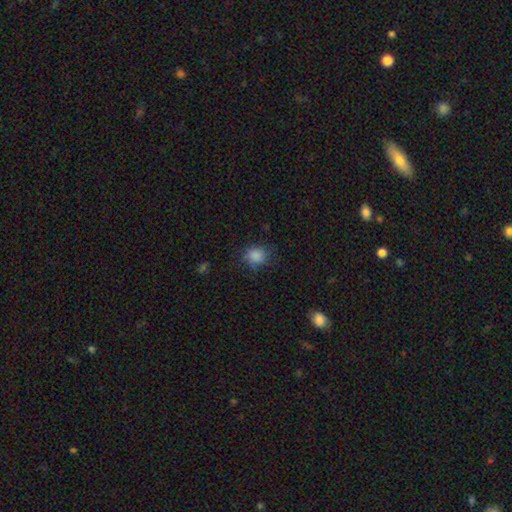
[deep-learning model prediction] Smooth or featured?
  - smooth: 84% *
  - star or artifact: 10%
  - featured or disk: 6%
How rounded?
  - round: 70% *
  - in between: 29%
  - cigar-shaped: 1%
Merging?
  - none: 72% *
  - minor disturbance: 20%
  - major disturbance: 7%
  - merger: 1%